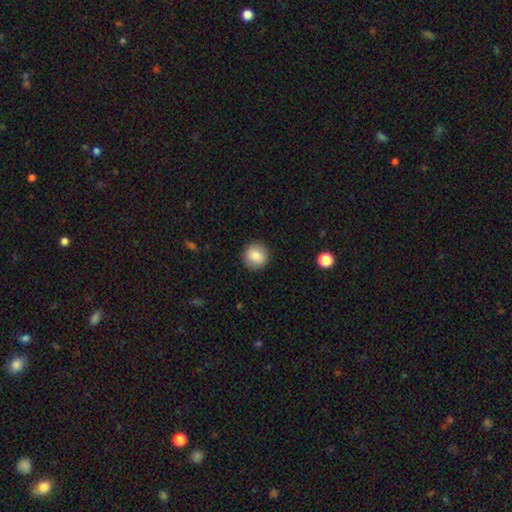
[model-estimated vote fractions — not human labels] The model was most divided on "smooth or featured": smooth: 86%, star or artifact: 8%, featured or disk: 6%. More confident: how rounded — round (91%); merging — none (90%).